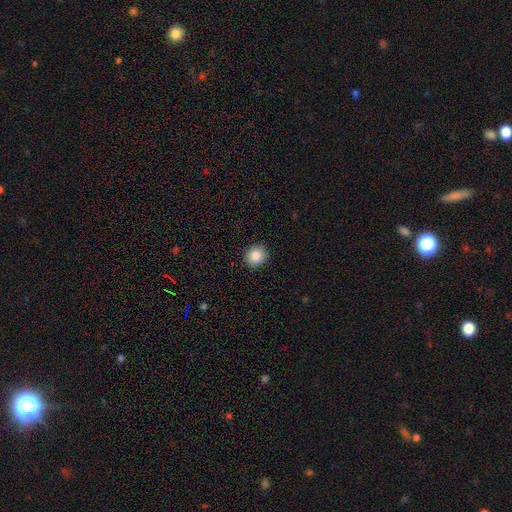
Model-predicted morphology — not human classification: This appears to be a smooth galaxy with no disk features (87%) that is round (84%). Merging: none (91%).